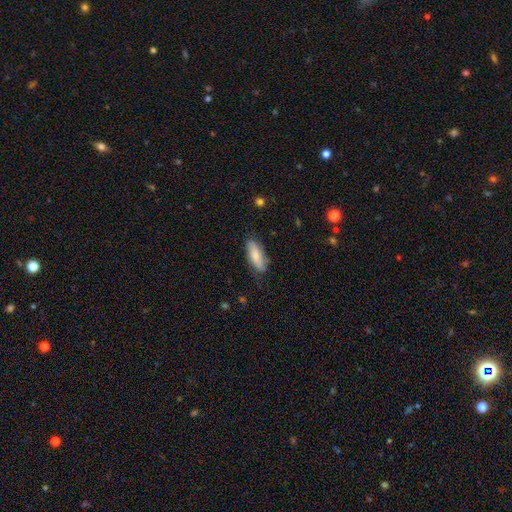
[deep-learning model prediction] The model was most divided on "how rounded": in between: 71%, cigar-shaped: 27%, round: 2%. More confident: merging — none (75%); smooth or featured — smooth (75%).